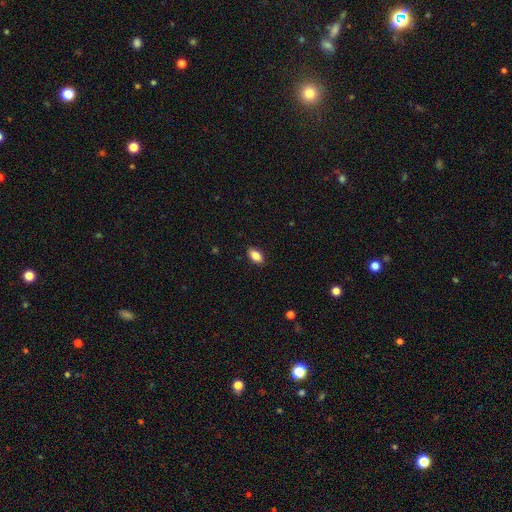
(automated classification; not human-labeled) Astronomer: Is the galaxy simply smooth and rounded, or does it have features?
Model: smooth — 86%.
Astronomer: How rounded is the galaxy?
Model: in between — 91%.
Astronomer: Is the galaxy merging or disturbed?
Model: none — 88%.